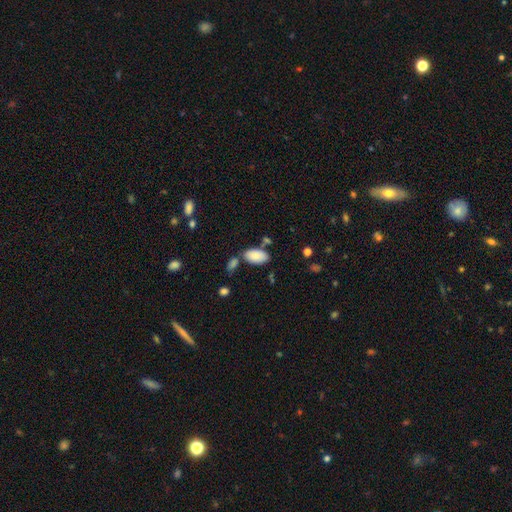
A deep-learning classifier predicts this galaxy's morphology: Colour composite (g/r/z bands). It shows a smooth galaxy with no disk features (85%) that is in between round and cigar-shaped (95%). Merging: none (69%).